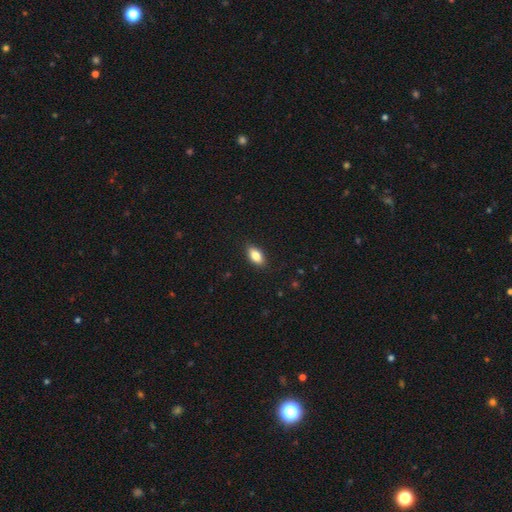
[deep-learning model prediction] smooth_or_featured: smooth (p=0.83) [alt: featured or disk p=0.10]
how_rounded: in between (p=0.89) [alt: cigar-shaped p=0.07]
merging: none (p=0.87) [alt: minor disturbance p=0.10]